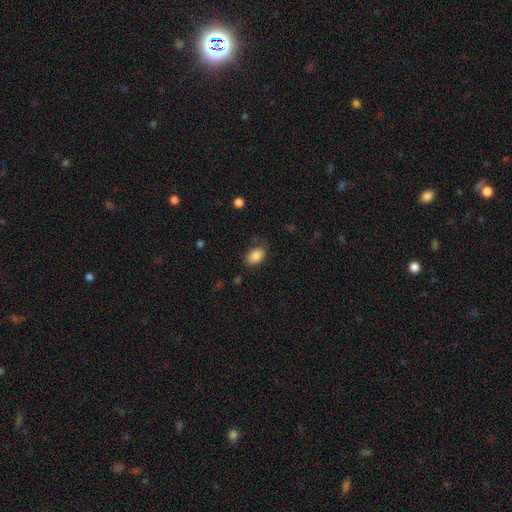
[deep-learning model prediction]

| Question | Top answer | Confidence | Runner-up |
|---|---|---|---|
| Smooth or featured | smooth | 86% | star or artifact (8%) |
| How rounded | in between | 83% | round (15%) |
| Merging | none | 74% | minor disturbance (19%) |